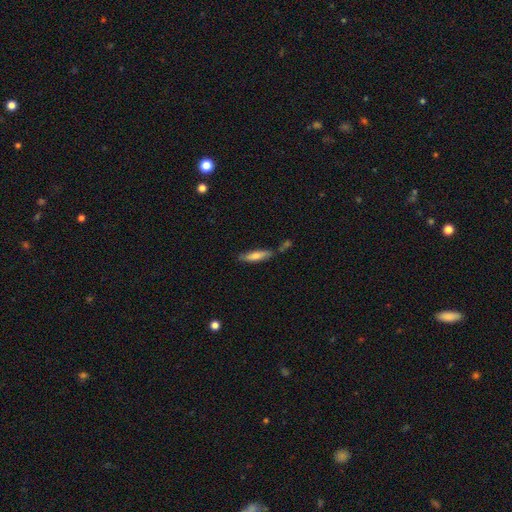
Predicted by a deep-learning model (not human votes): A smooth galaxy with no disk features (67%) that is cigar-shaped (72%).

Vote fractions:
- Smooth or featured? smooth: 67% / featured or disk: 26% / star or artifact: 7%
- How rounded? cigar-shaped: 72% / in between: 27% / round: 2%
- Merging? none: 64% / minor disturbance: 19% / merger: 13% / major disturbance: 5%